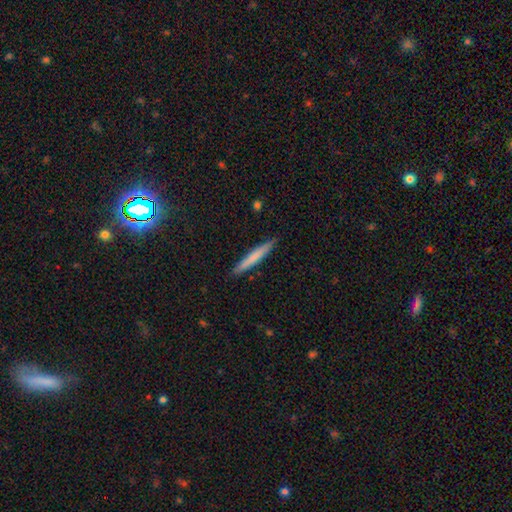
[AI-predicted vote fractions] A smooth galaxy with no disk features (71%) that is cigar-shaped (95%).

Vote fractions:
- Smooth or featured? smooth: 71% / featured or disk: 23% / star or artifact: 5%
- How rounded? cigar-shaped: 95% / in between: 3% / round: 1%
- Merging? none: 89% / minor disturbance: 8% / major disturbance: 2% / merger: 1%